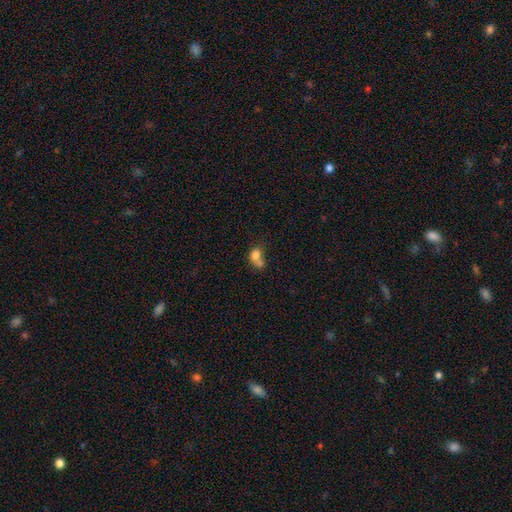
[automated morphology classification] The model was most divided on "how rounded": round: 51%, in between: 48%, cigar-shaped: 1%. More confident: smooth or featured — smooth (75%); merging — merger (60%).